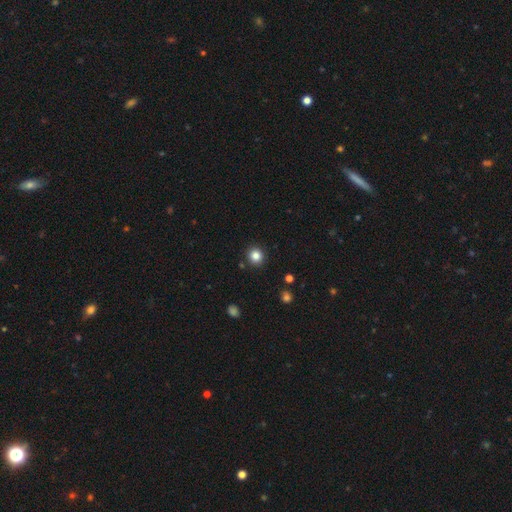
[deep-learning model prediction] Smooth or featured? Predicted: smooth (p=0.83). How rounded? Predicted: round (p=0.91). Merging? Predicted: none (p=0.90).